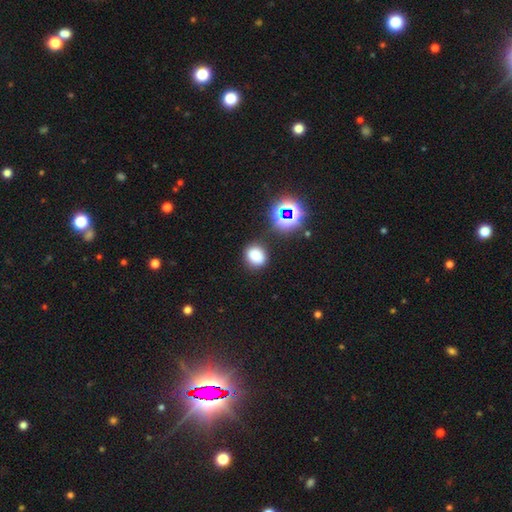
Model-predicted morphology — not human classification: Q: Smooth or featured?
A: smooth (76%); runner-up: star or artifact (18%)
Q: How rounded?
A: round (57%); runner-up: in between (41%)
Q: Merging?
A: none (80%); runner-up: minor disturbance (12%)